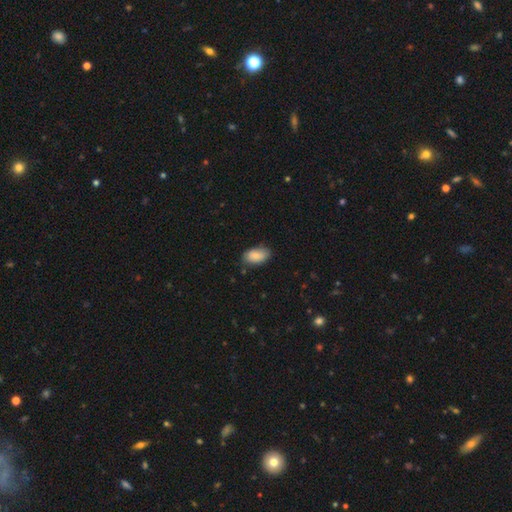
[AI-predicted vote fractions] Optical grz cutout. It shows a smooth galaxy with no disk features (83%) that is in between round and cigar-shaped (93%). Merging: none (76%).